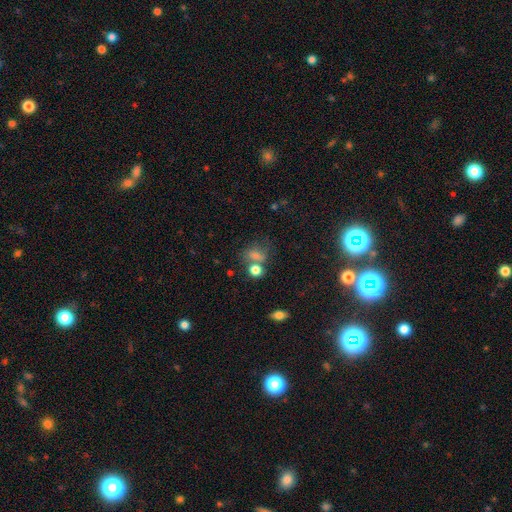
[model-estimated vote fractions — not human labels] smooth-or-featured: smooth: 68% | star or artifact: 17% | featured or disk: 15%
  how-rounded: in between: 53% | round: 44% | cigar-shaped: 2%
  merging: none: 41% | merger: 30% | minor disturbance: 17% | major disturbance: 12%